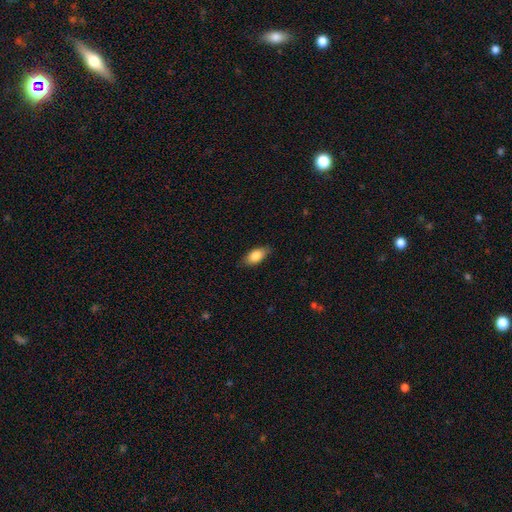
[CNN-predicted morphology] smooth 84%, featured or disk 10%, star or artifact 7%. Down the decision tree: how rounded — in between (90%); merging — none (83%).